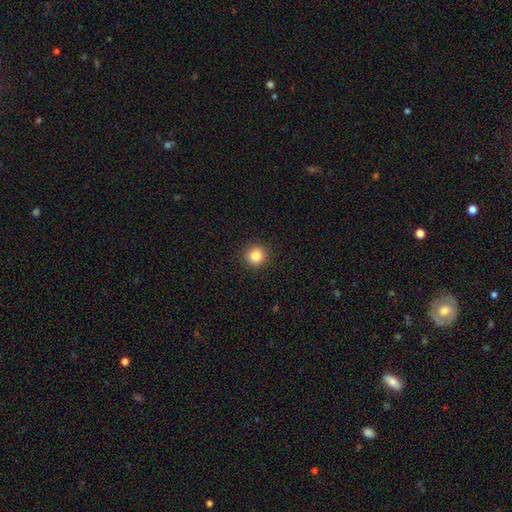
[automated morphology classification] Overall: smooth (85%). How rounded: round (94%). Merging: none (92%).